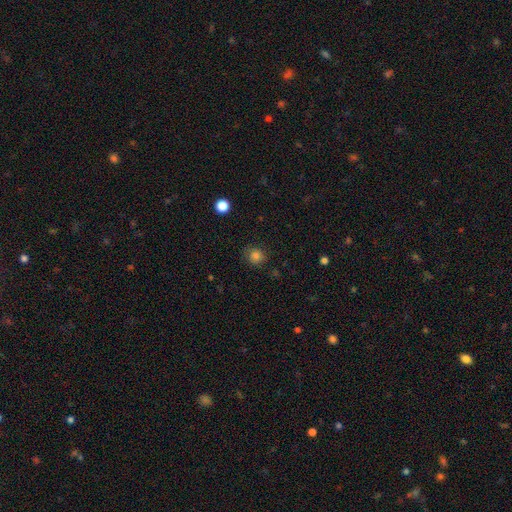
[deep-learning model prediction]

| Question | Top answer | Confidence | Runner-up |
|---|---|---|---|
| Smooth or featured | smooth | 82% | star or artifact (13%) |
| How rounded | round | 85% | in between (15%) |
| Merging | none | 81% | minor disturbance (13%) |